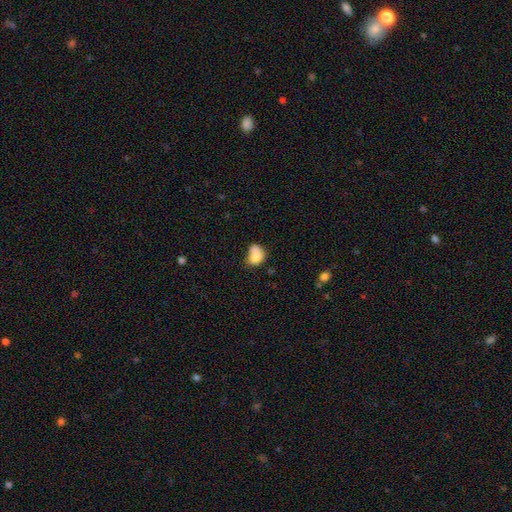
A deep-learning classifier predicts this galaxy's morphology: Smooth or featured: smooth — 78% (featured or disk — 13%)
How rounded: in between — 64% (round — 35%)
Merging: none — 31% (minor disturbance — 29%)